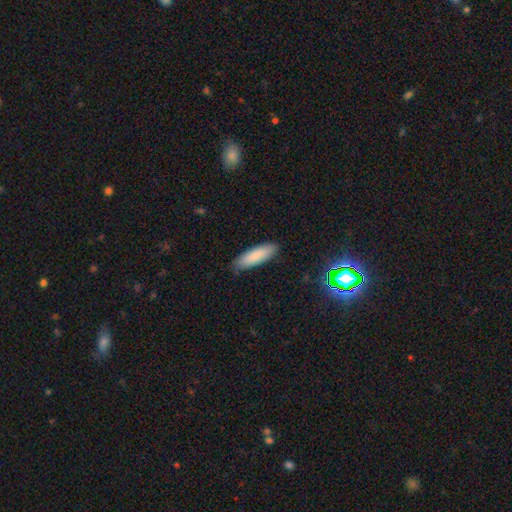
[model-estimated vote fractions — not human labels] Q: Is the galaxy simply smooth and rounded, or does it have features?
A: smooth — 86%.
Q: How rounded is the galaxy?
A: cigar-shaped — 55%.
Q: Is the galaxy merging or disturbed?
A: none — 85%.